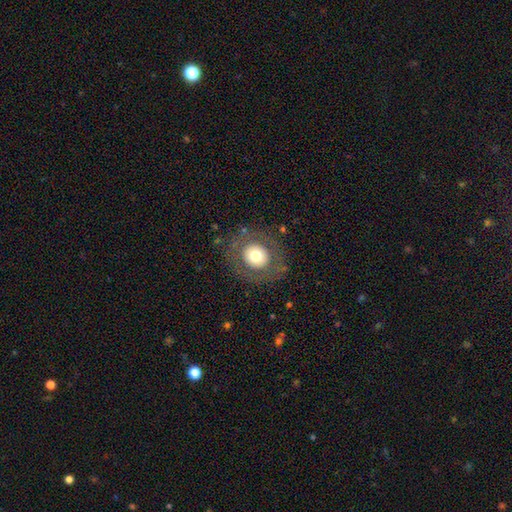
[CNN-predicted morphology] smooth_or_featured: smooth (p=0.62) [alt: featured or disk p=0.29]
how_rounded: round (p=0.85) [alt: in between p=0.14]
merging: none (p=0.82) [alt: minor disturbance p=0.09]